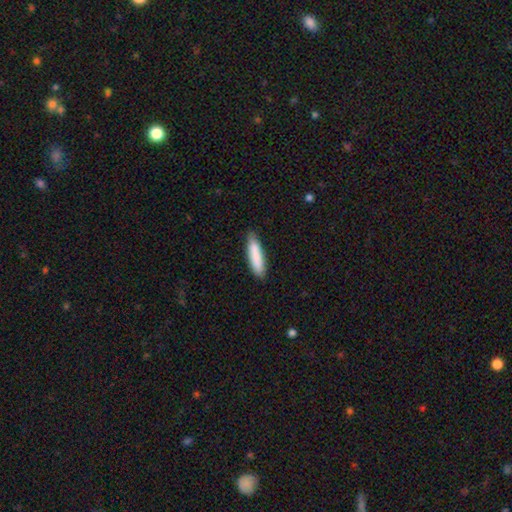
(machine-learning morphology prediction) Smooth or featured? Predicted: smooth (p=0.87). How rounded? Predicted: cigar-shaped (p=0.74). Merging? Predicted: none (p=0.87).